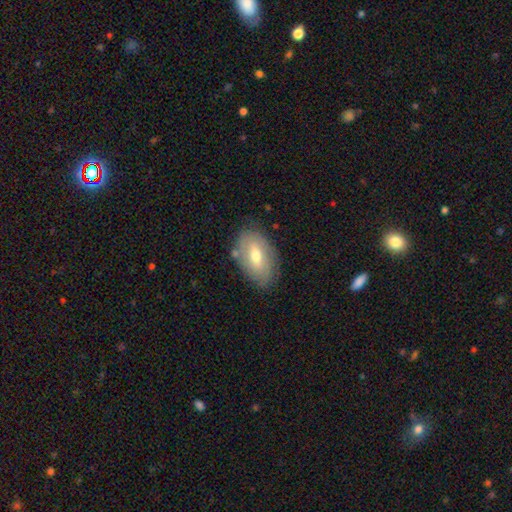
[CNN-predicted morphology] The model was most divided on "smooth or featured": smooth: 55%, featured or disk: 38%, star or artifact: 7%. More confident: how rounded — in between (91%); merging — none (76%).